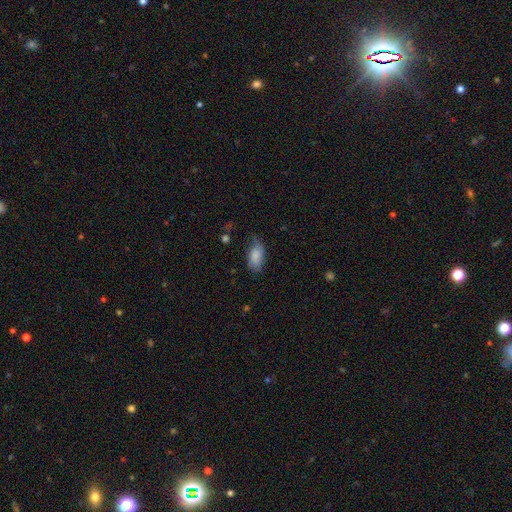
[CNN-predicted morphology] Q: Smooth or featured?
A: smooth (83%); runner-up: featured or disk (10%)
Q: How rounded?
A: in between (92%); runner-up: cigar-shaped (4%)
Q: Merging?
A: none (60%); runner-up: minor disturbance (30%)